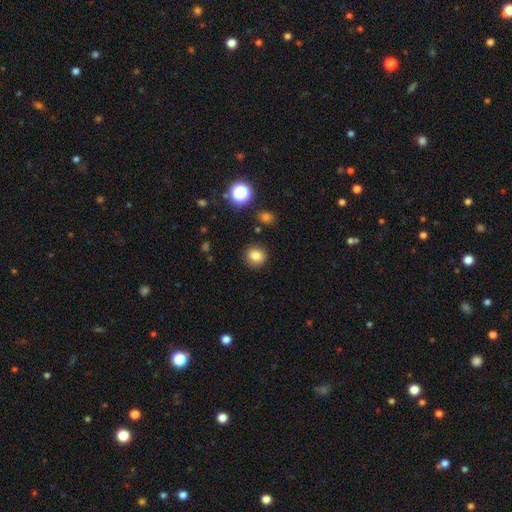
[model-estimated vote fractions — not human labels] This is clearly a smooth galaxy (82%). How rounded: likely round (76%). Merging: clearly none (88%).